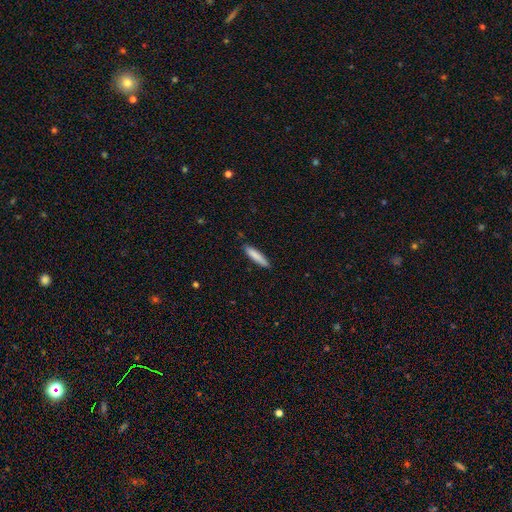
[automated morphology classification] Overall: smooth (84%). How rounded: cigar-shaped (84%). Merging: none (85%).